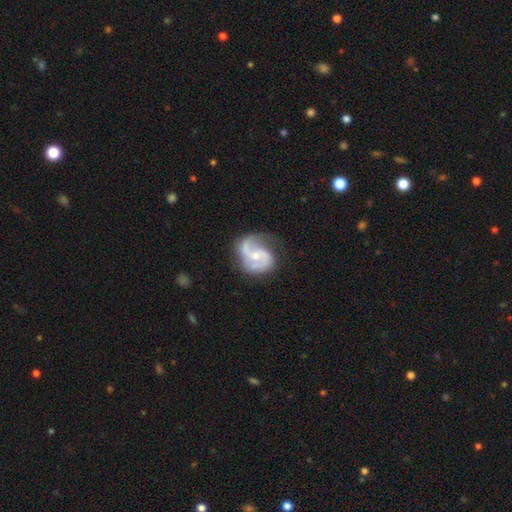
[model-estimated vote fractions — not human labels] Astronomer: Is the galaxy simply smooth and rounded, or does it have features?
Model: featured or disk — 81%.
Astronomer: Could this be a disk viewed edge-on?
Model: no — 98%.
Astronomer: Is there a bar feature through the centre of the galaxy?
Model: no — 54% (runner-up: weak, 37%).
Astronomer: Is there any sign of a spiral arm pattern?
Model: yes — 94%.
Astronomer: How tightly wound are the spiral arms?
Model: medium — 48% (runner-up: loose, 32%).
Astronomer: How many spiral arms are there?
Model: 2 — 73%.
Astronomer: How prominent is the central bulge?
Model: small — 51% (runner-up: moderate, 44%).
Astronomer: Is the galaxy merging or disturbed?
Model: none — 55%.